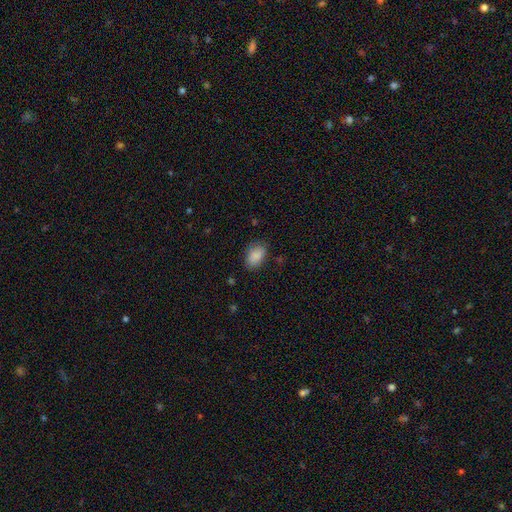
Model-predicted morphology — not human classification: A smooth galaxy with no disk features (88%) that is in between round and cigar-shaped (88%). Merging: none (77%).